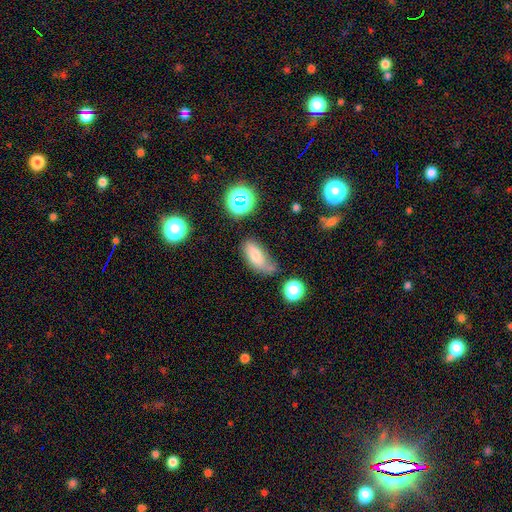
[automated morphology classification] Overall: smooth (69%). How rounded: in between (84%). Merging: none (44%; minor disturbance 29%).